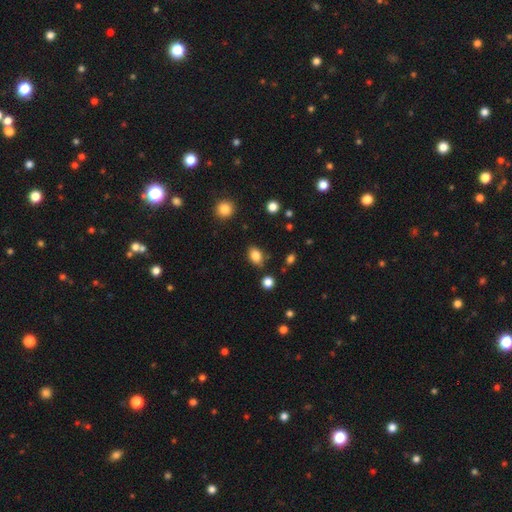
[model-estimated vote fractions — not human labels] A smooth galaxy with no disk features (84%) that is in between round and cigar-shaped (77%). Merging: none (82%).